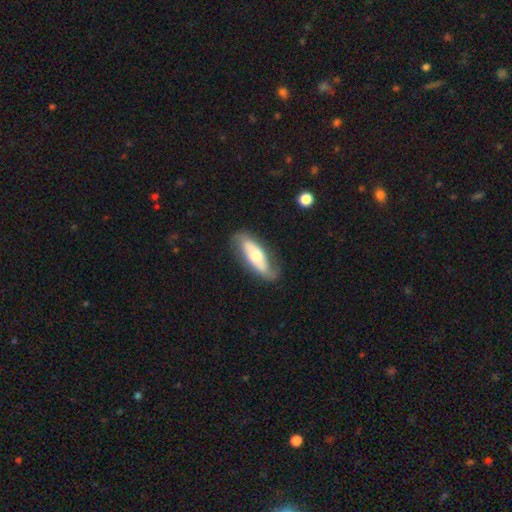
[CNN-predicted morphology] This is possibly a featured or disk galaxy (58%). It is likely not viewed edge-on (78%). Merging: likely none (72%).